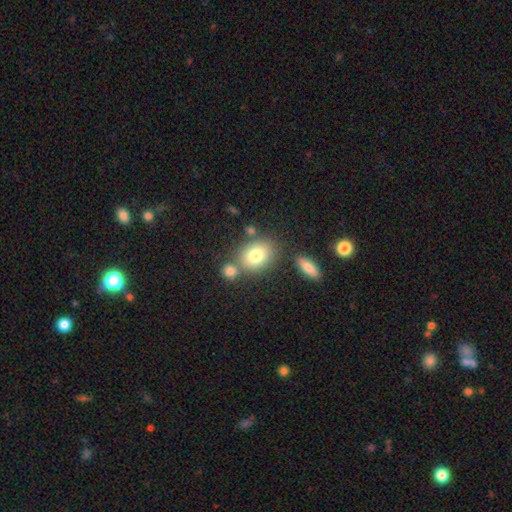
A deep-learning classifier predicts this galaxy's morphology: This is likely a smooth galaxy (79%). How rounded: possibly in between (60%). Merging: likely none (62%).